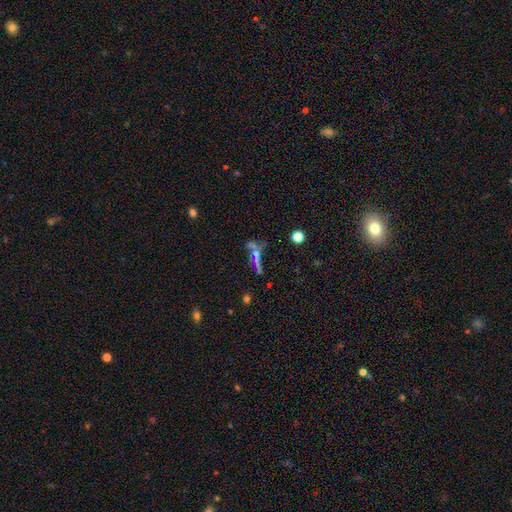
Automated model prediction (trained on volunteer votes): This is marginally a featured or disk galaxy (42%). Merging: marginally none (45%).